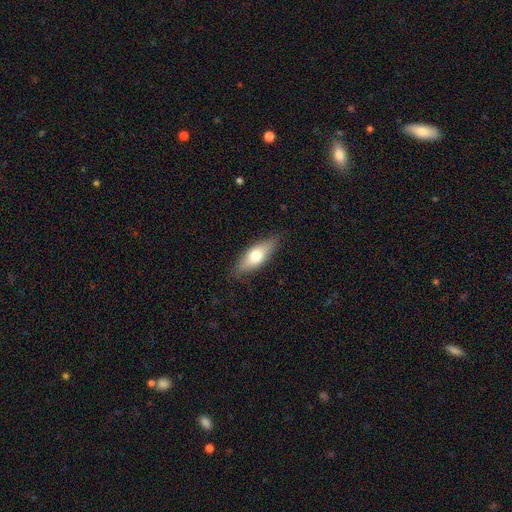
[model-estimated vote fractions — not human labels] This appears to be a smooth galaxy with no disk features (63%) that is in between round and cigar-shaped (64%). Merging: none (84%).